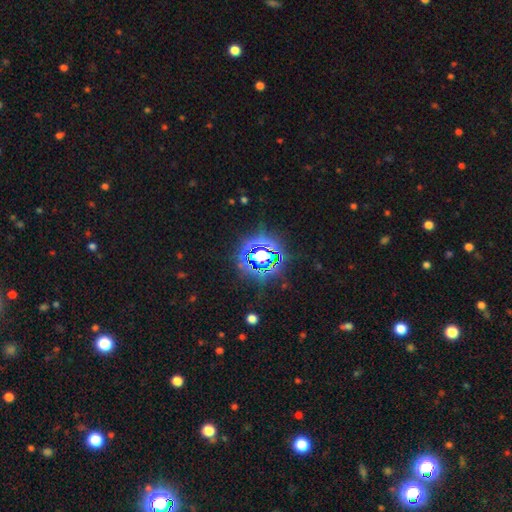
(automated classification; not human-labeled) A star or artifact, not a galaxy (82%).